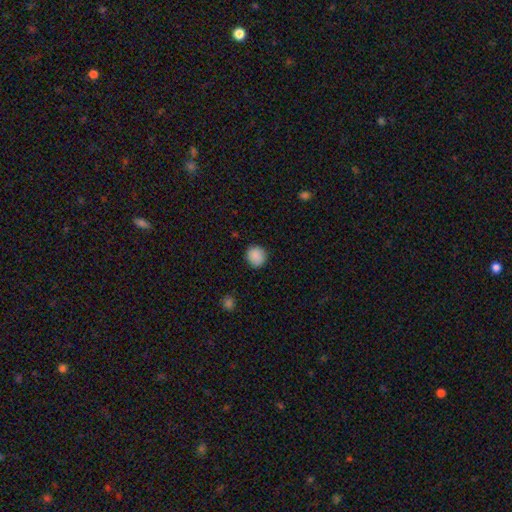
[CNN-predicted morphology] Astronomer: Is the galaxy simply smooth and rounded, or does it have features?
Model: smooth — 89%.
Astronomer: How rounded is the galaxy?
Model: round — 88%.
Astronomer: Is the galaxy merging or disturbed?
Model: none — 88%.